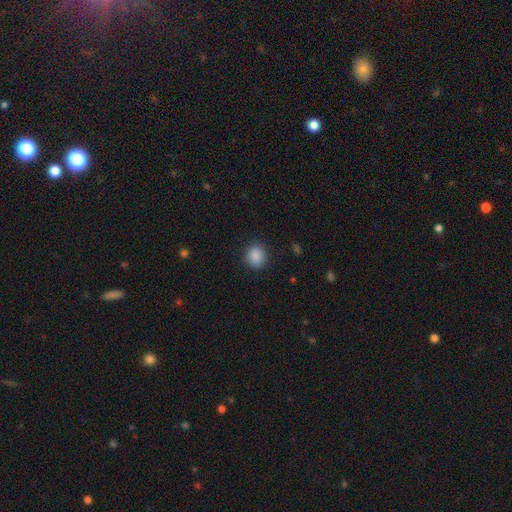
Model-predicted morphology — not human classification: Smooth or featured? smooth (88%)
How rounded? round (70%)
Merging? none (86%)